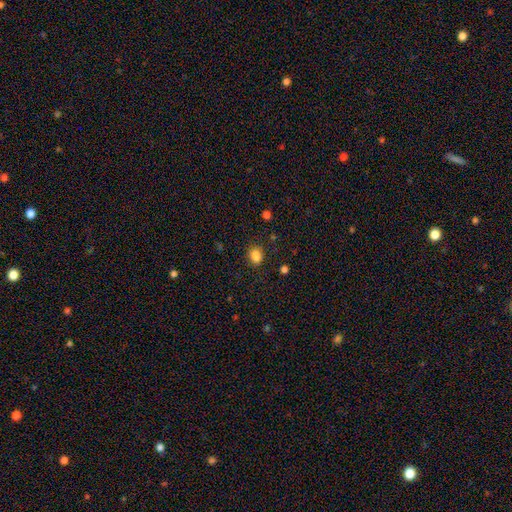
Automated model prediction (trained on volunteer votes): Smooth or featured? Predicted: smooth (p=0.80). How rounded? Predicted: in between (p=0.55). Merging? Predicted: none (p=0.69).